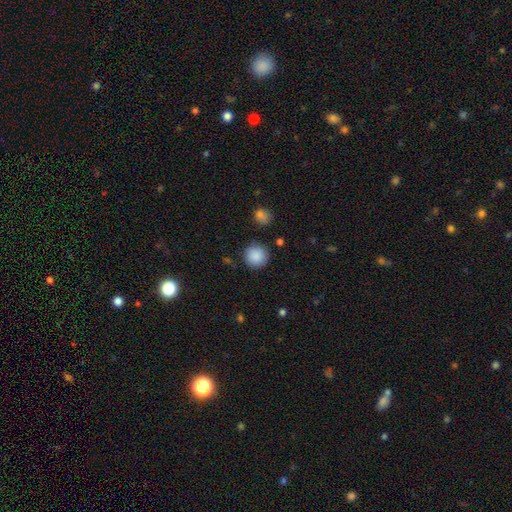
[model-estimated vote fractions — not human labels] Morphology: type=smooth (89%); roundness=round (95%); merging=none (88%).